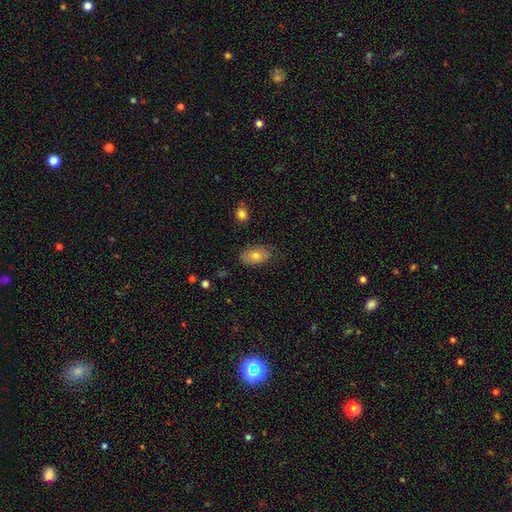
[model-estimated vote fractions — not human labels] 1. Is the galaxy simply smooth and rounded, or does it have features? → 76% smooth, 16% featured or disk, 8% star or artifact.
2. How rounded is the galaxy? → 90% in between, 8% round, 2% cigar-shaped.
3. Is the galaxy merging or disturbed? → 78% none, 18% minor disturbance, 3% major disturbance, 1% merger.